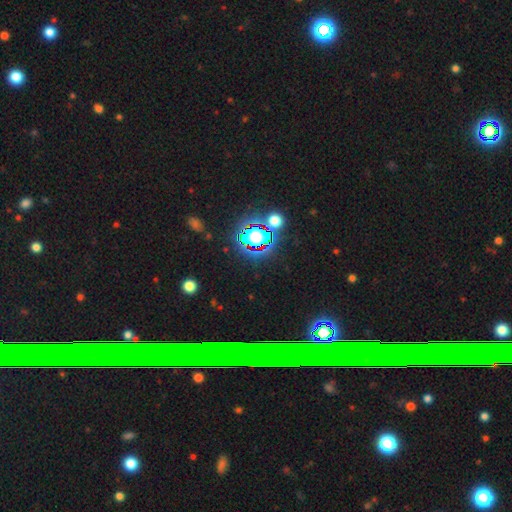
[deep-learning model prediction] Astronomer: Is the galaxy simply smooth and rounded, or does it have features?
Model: star or artifact — 78%.